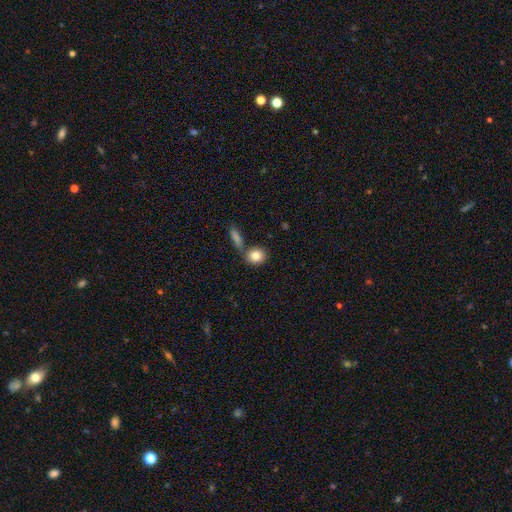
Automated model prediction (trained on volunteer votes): smooth 84%, featured or disk 9%, star or artifact 8%. Down the decision tree: how rounded — round (71%); merging — none (66%).